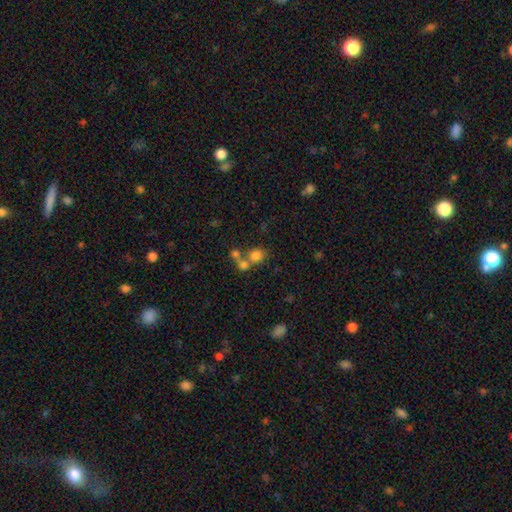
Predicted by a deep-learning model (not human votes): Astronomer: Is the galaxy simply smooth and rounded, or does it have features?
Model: smooth — 74%.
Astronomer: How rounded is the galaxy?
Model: round — 76%.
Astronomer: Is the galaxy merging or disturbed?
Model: merger — 44% (runner-up: none, 43%).